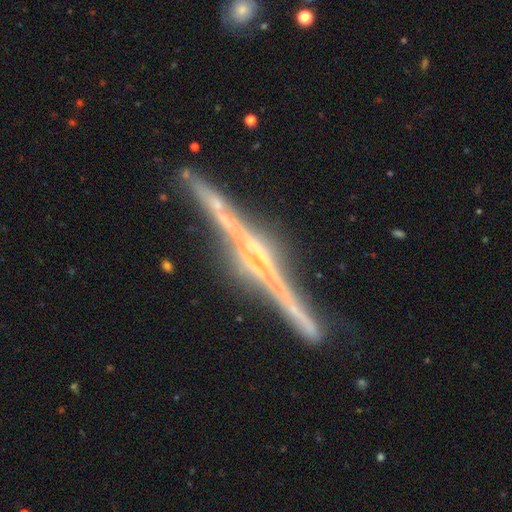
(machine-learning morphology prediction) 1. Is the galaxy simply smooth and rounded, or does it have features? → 91% featured or disk, 5% star or artifact, 4% smooth.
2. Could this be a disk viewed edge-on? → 98% yes, 2% no.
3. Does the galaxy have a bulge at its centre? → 53% rounded, 29% boxy, 17% none.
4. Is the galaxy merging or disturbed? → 88% none, 9% minor disturbance, 2% merger, 2% major disturbance.